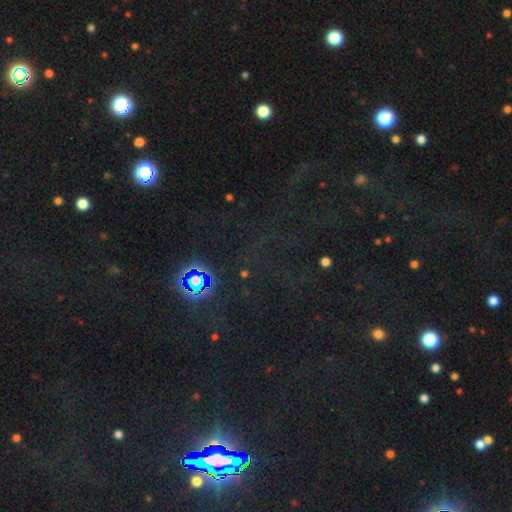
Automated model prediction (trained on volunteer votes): Morphology: type=star or artifact (78%).